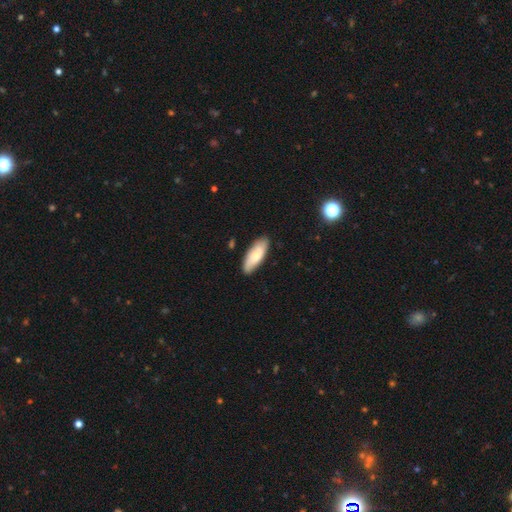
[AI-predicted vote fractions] Smooth or featured? smooth (73%)
How rounded? in between (71%)
Merging? none (85%)